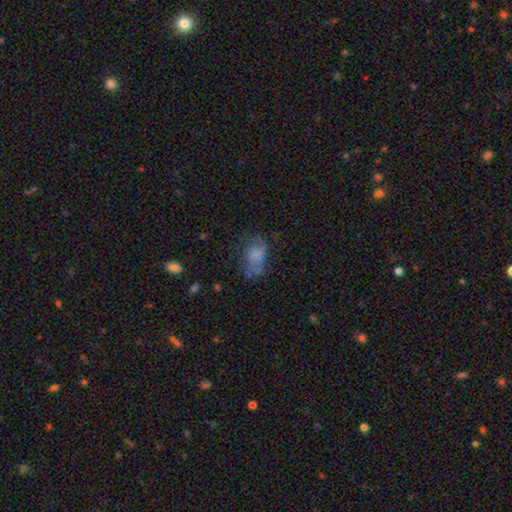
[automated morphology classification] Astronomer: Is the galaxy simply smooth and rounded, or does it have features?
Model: smooth — 63%.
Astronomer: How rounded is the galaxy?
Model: in between — 84%.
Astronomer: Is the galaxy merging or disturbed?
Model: none — 39% (runner-up: minor disturbance, 27%).